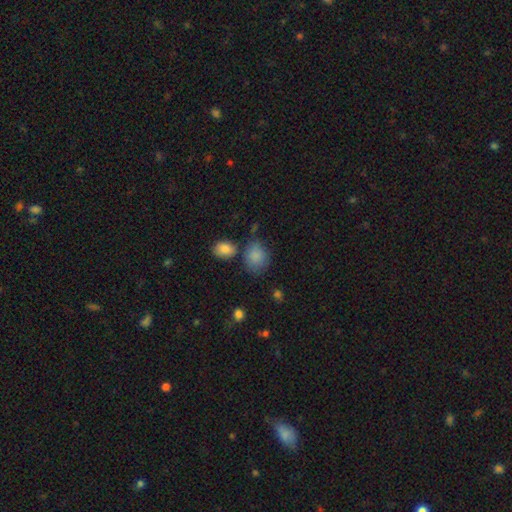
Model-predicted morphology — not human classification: Smooth or featured? Predicted: smooth (p=0.85). How rounded? Predicted: round (p=0.54). Merging? Predicted: none (p=0.61).